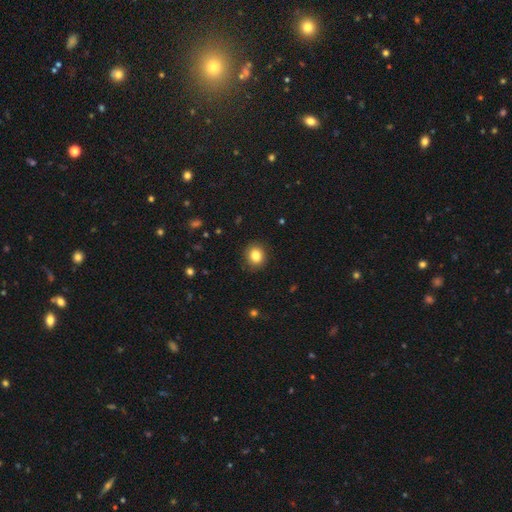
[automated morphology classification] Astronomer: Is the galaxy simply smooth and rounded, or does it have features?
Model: smooth — 83%.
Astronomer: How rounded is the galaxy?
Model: round — 78%.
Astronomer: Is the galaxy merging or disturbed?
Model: none — 89%.